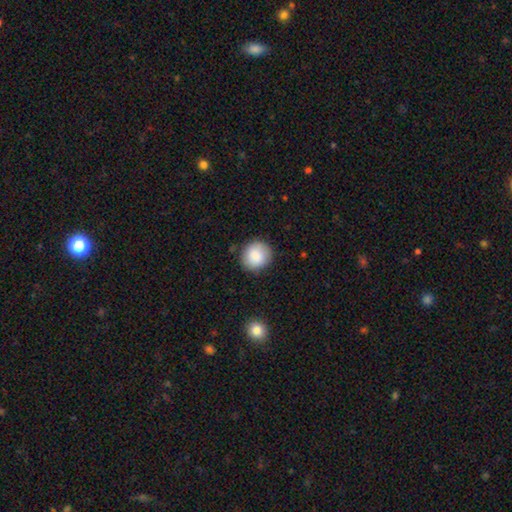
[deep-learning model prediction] smooth 86%, star or artifact 7%, featured or disk 7%. Down the decision tree: how rounded — round (86%); merging — none (86%).